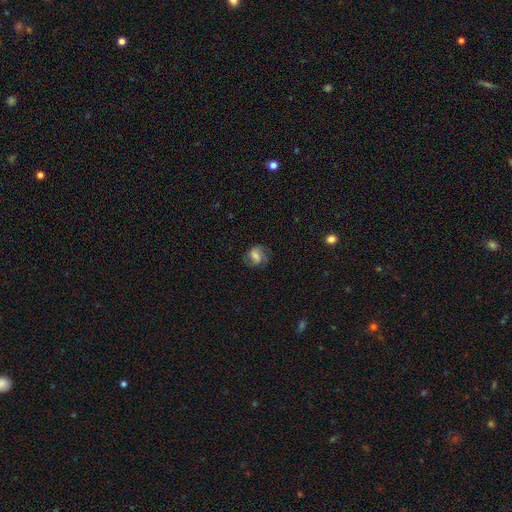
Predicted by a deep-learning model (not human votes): smooth 48%, featured or disk 42%, star or artifact 10%. Down the decision tree: merging — none (64%).